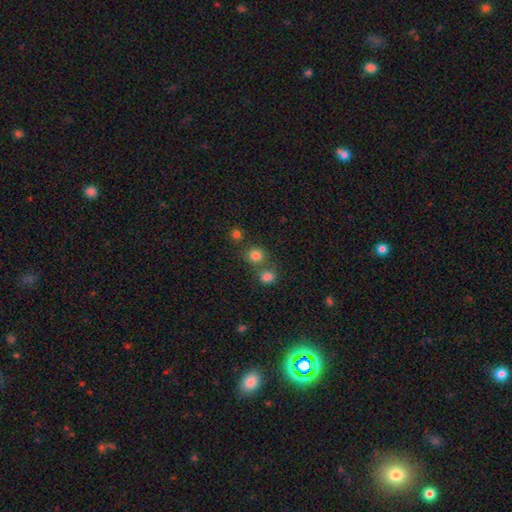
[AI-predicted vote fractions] The model was most divided on "merging": none: 61%, merger: 29%, minor disturbance: 7%, major disturbance: 3%. More confident: how rounded — round (85%); smooth or featured — smooth (80%).